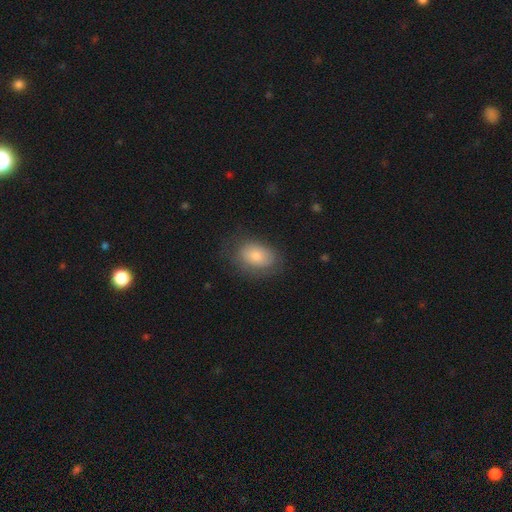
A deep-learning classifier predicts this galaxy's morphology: smooth-or-featured: smooth: 69% | featured or disk: 23% | star or artifact: 8%
  how-rounded: in between: 81% | round: 18% | cigar-shaped: 1%
  merging: none: 70% | minor disturbance: 21% | major disturbance: 8% | merger: 1%